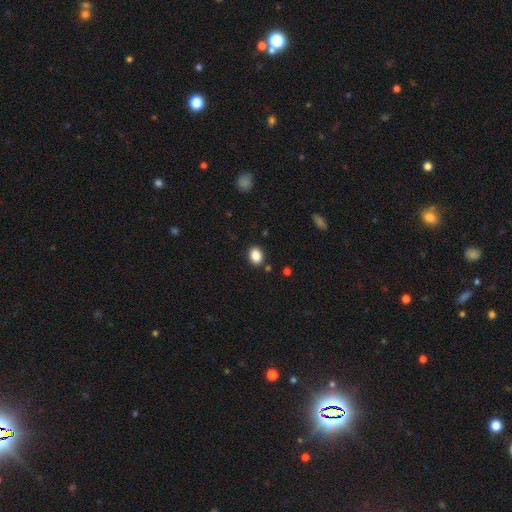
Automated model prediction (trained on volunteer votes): This appears to be a smooth galaxy with no disk features (87%) that is in between round and cigar-shaped (68%). Merging: none (87%).